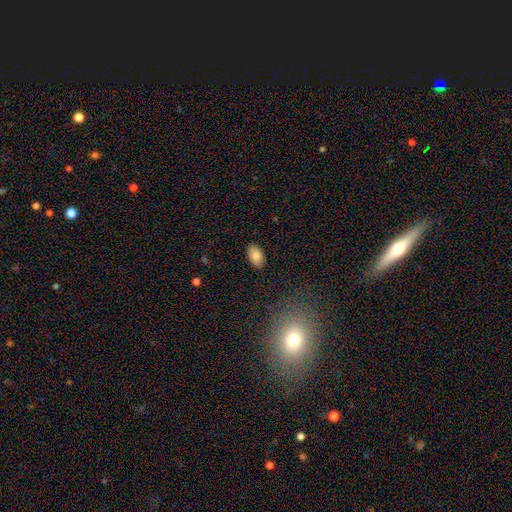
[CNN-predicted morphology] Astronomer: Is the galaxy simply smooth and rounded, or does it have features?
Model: smooth — 85%.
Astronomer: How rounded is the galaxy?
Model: in between — 93%.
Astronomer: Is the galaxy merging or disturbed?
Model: none — 87%.